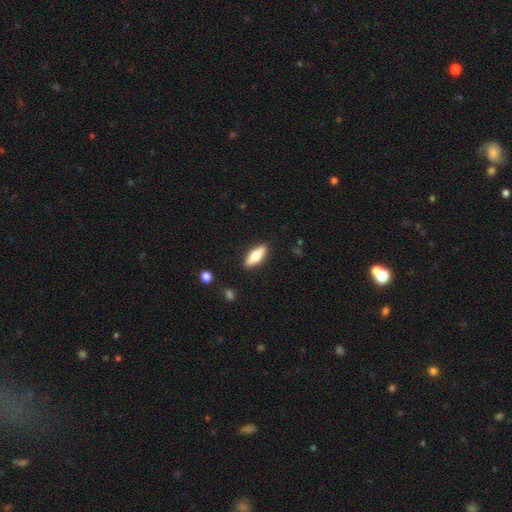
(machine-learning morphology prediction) Smooth or featured: smooth — 60% (featured or disk — 35%)
How rounded: in between — 61% (cigar-shaped — 37%)
Merging: none — 88% (minor disturbance — 8%)